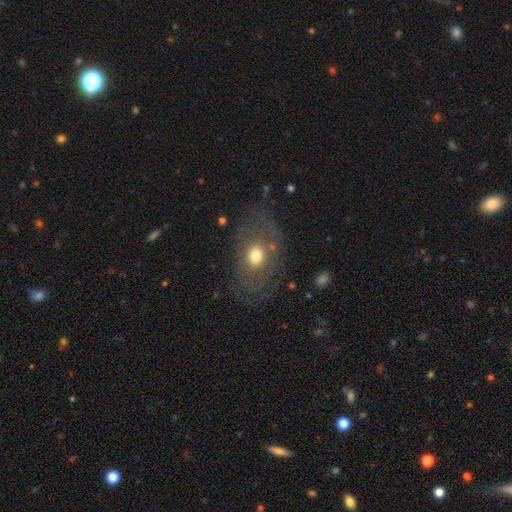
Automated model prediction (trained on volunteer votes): Smooth or featured? smooth (48%)
Merging? none (68%)